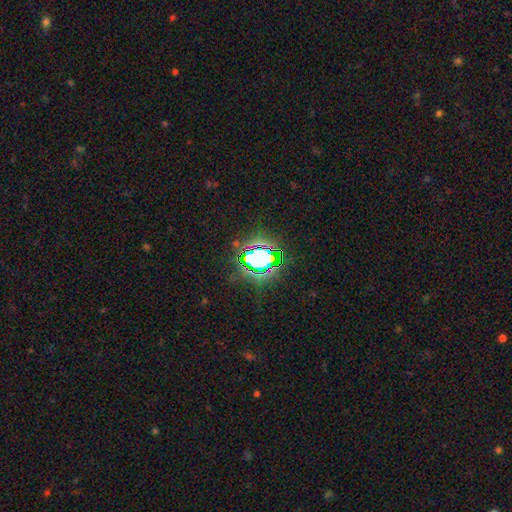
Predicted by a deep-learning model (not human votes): smooth_or_featured: star or artifact (p=0.69) [alt: smooth p=0.20]